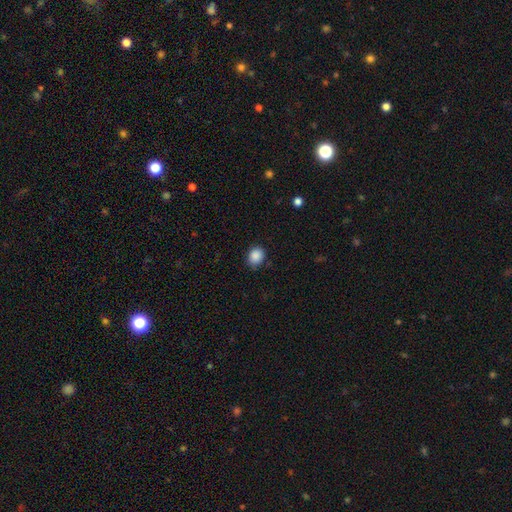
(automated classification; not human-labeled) This is clearly a smooth galaxy (88%). How rounded: likely round (64%). Merging: clearly none (82%).